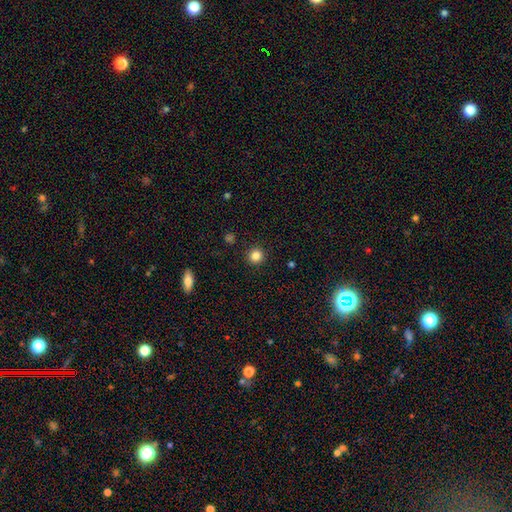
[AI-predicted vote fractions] Smooth or featured? Predicted: smooth (p=0.84). How rounded? Predicted: round (p=0.92). Merging? Predicted: none (p=0.91).